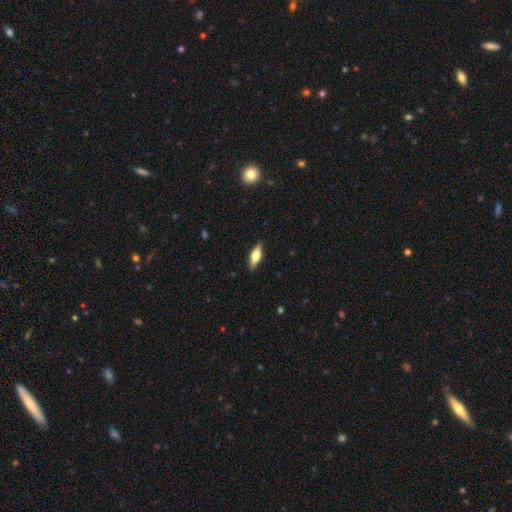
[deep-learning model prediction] This appears to be a smooth galaxy with no disk features (60%) that is in between round and cigar-shaped (56%). Merging: none (88%).